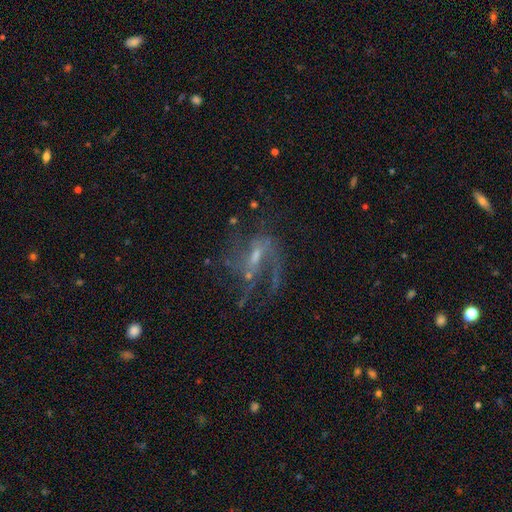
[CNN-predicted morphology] smooth-or-featured: featured or disk: 81% | star or artifact: 12% | smooth: 7%
  disk-edge-on: no: 96% | yes: 4%
    bar: weak: 50% | no: 28% | strong: 23%
    has-spiral-arms: yes: 89% | no: 11%
      spiral-winding: loose: 50% | medium: 38% | tight: 12%
      spiral-arm-count: 2: 37% | can't tell: 19% | 1: 17% | 3: 17% | 4: 6% | more than 4: 5%
    bulge-size: small: 59% | moderate: 28% | none: 10% | large: 2% | dominant: 1%
  merging: none: 51% | major disturbance: 30% | minor disturbance: 15% | merger: 4%